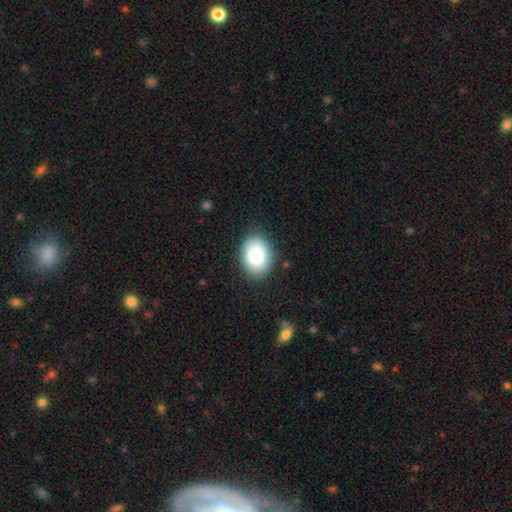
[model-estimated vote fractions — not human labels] smooth-or-featured: smooth: 81% | featured or disk: 11% | star or artifact: 8%
  how-rounded: in between: 72% | round: 28% | cigar-shaped: 1%
  merging: none: 86% | minor disturbance: 10% | major disturbance: 3% | merger: 1%